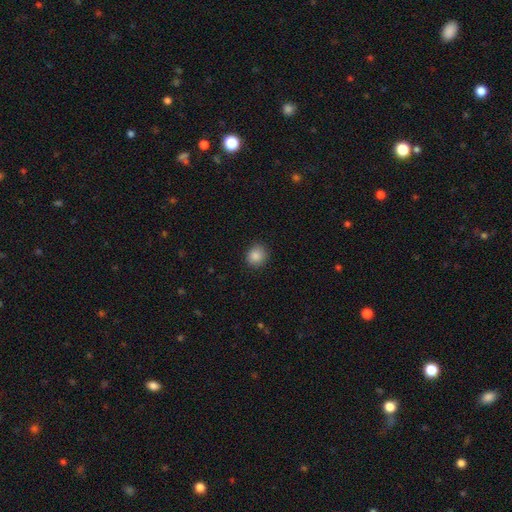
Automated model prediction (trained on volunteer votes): smooth-or-featured: smooth: 87% | star or artifact: 10% | featured or disk: 4%
  how-rounded: round: 81% | in between: 18% | cigar-shaped: 1%
  merging: none: 86% | minor disturbance: 11% | major disturbance: 3% | merger: 1%